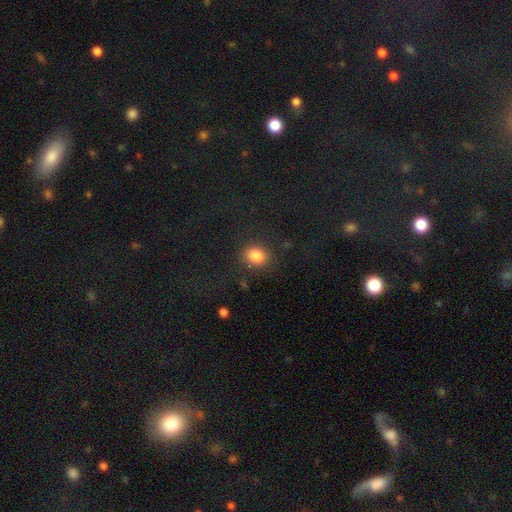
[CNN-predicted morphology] smooth_or_featured: smooth (p=0.85) [alt: star or artifact p=0.10]
how_rounded: in between (p=0.49) [tied with: round p=0.49]
merging: none (p=0.83) [alt: minor disturbance p=0.11]